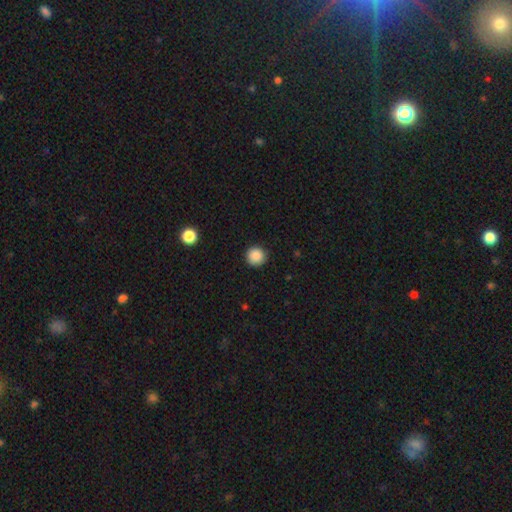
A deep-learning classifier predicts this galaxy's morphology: Smooth or featured: smooth — 88% (star or artifact — 9%)
How rounded: round — 96% (in between — 3%)
Merging: none — 92% (minor disturbance — 6%)